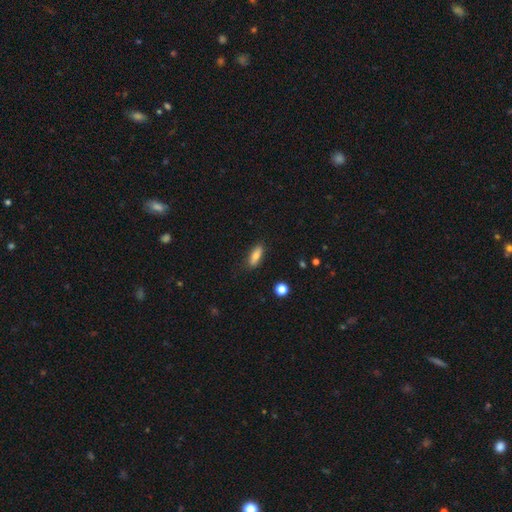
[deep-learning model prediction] Morphology: type=smooth (77%); roundness=in between (60%); merging=none (83%).